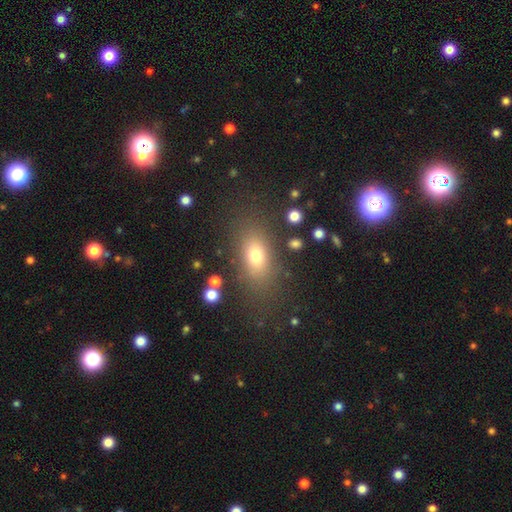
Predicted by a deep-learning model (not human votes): Q: Smooth or featured?
A: smooth (73%); runner-up: featured or disk (14%)
Q: How rounded?
A: in between (77%); runner-up: round (15%)
Q: Merging?
A: none (78%); runner-up: minor disturbance (12%)